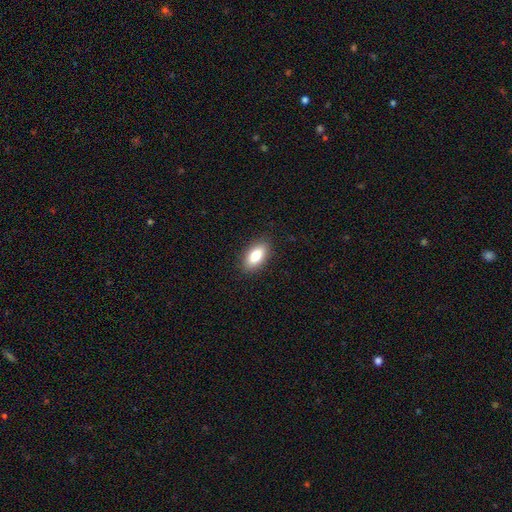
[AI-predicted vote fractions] A smooth galaxy with no disk features (82%) that is in between round and cigar-shaped (89%).

Vote fractions:
- Smooth or featured? smooth: 82% / featured or disk: 11% / star or artifact: 7%
- How rounded? in between: 89% / cigar-shaped: 8% / round: 3%
- Merging? none: 88% / minor disturbance: 9% / major disturbance: 2% / merger: 1%